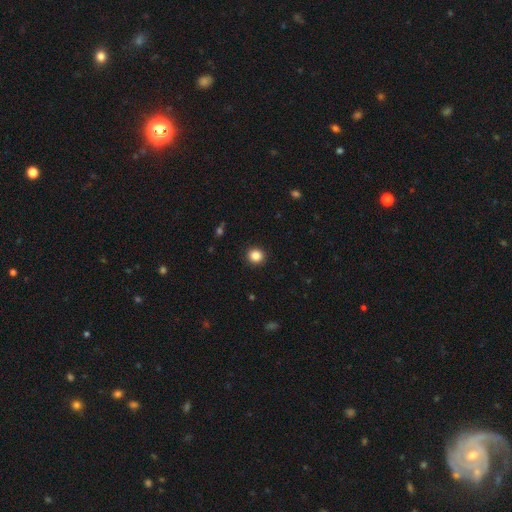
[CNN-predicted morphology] A smooth galaxy with no disk features (85%) that is round (91%).

Vote fractions:
- Smooth or featured? smooth: 85% / star or artifact: 11% / featured or disk: 4%
- How rounded? round: 91% / in between: 8% / cigar-shaped: 1%
- Merging? none: 92% / minor disturbance: 5% / major disturbance: 2% / merger: 1%